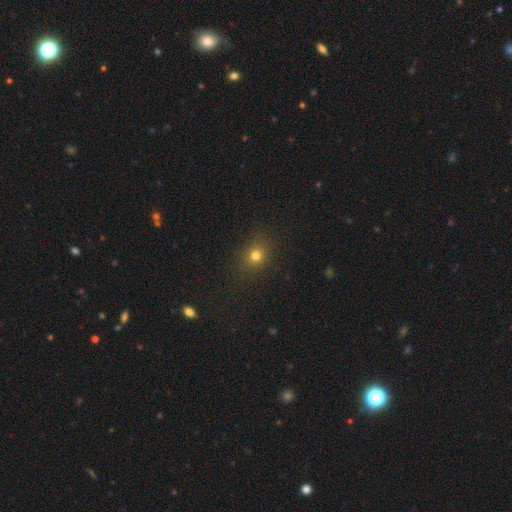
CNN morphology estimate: This appears to be a smooth galaxy with no disk features (75%) that is round (75%). Merging: none (87%).